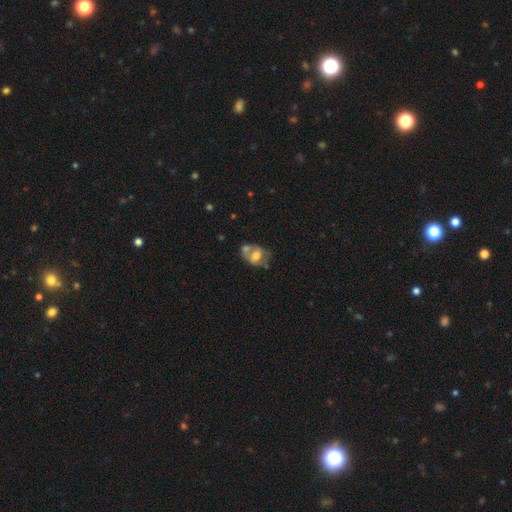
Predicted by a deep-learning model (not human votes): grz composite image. It shows a smooth galaxy with no disk features (49%). Merging: merger (43%).